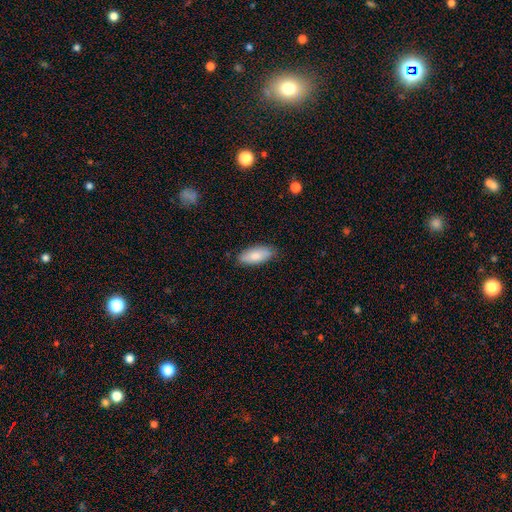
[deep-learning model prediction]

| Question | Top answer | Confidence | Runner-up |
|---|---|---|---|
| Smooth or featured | smooth | 83% | featured or disk (12%) |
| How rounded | in between | 84% | cigar-shaped (14%) |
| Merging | none | 83% | minor disturbance (14%) |